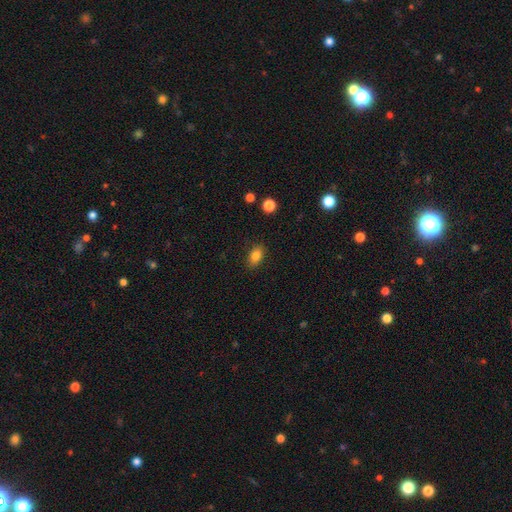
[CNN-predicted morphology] smooth-or-featured: smooth: 83% | star or artifact: 10% | featured or disk: 7%
  how-rounded: in between: 85% | round: 13% | cigar-shaped: 2%
  merging: none: 86% | minor disturbance: 10% | major disturbance: 3% | merger: 1%